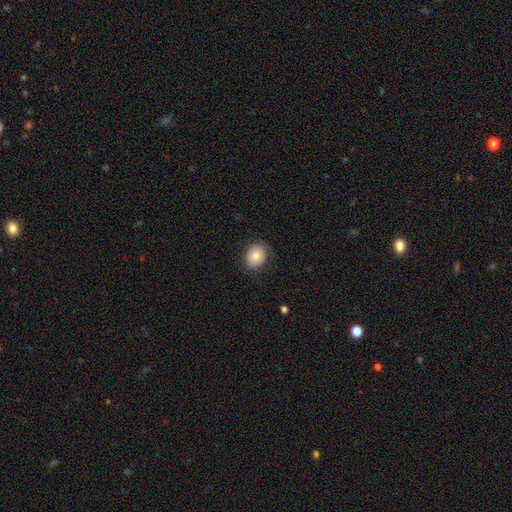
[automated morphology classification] This is likely a smooth galaxy (78%). How rounded: likely round (63%). Merging: likely none (79%).